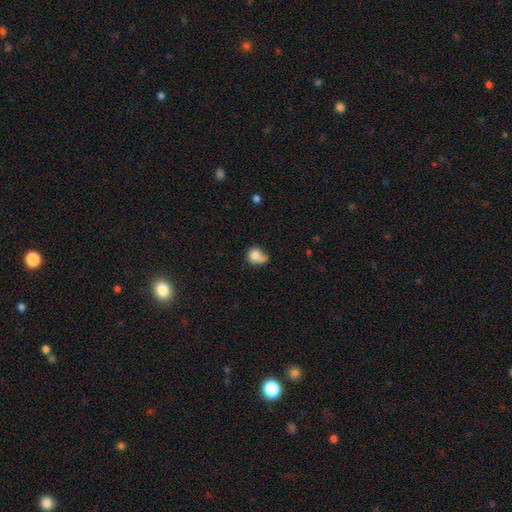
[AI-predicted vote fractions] The model was most divided on "merging": none: 34%, merger: 32%, minor disturbance: 22%, major disturbance: 12%. More confident: smooth or featured — smooth (80%); how rounded — round (71%).